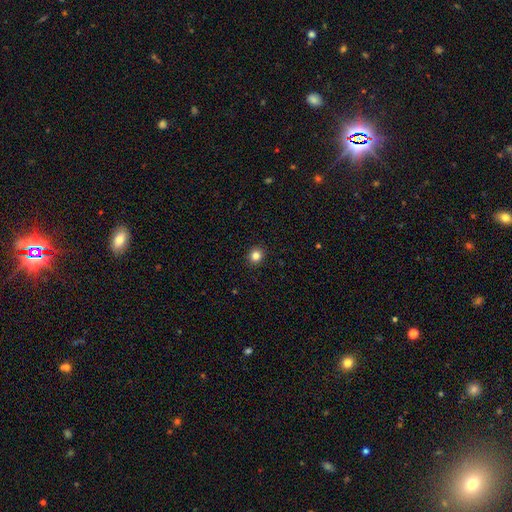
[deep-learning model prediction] Smooth or featured? smooth (83%)
How rounded? round (83%)
Merging? none (92%)